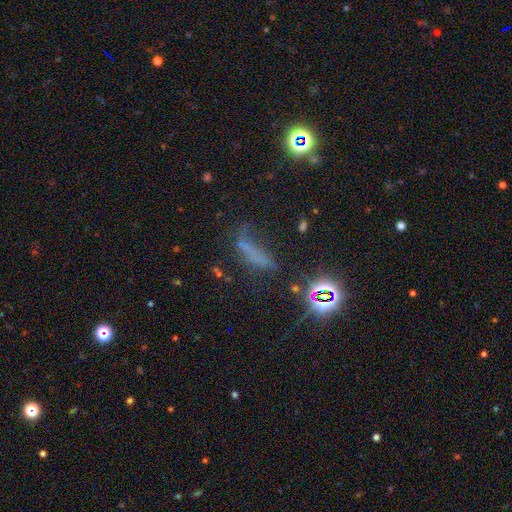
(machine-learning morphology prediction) type=smooth (38%, tied with star or artifact); merging=none (43%).